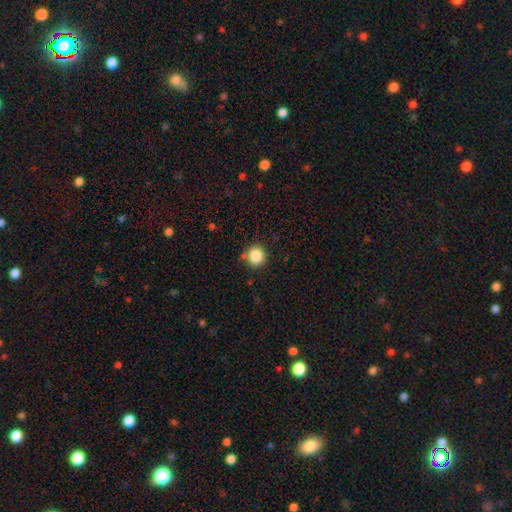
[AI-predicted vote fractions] Smooth or featured? smooth (86%)
How rounded? round (89%)
Merging? none (81%)